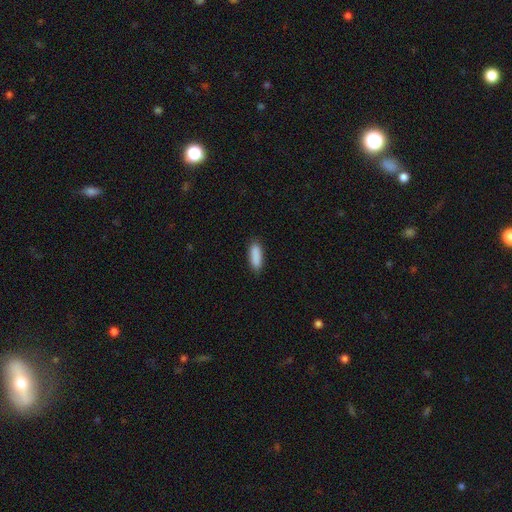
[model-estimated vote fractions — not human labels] Smooth or featured? Predicted: smooth (p=0.90). How rounded? Predicted: in between (p=0.61). Merging? Predicted: none (p=0.86).